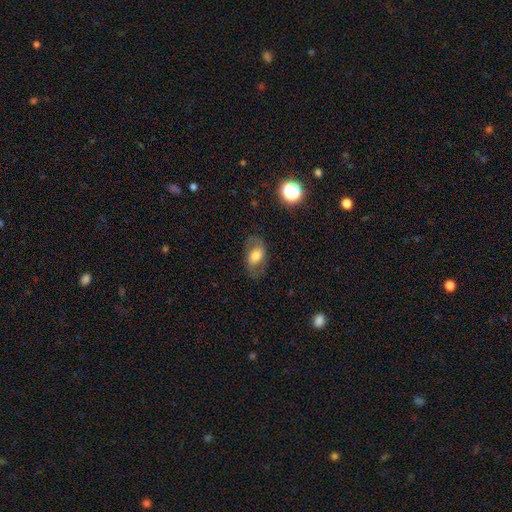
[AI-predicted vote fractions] This is possibly a smooth galaxy (51%). How rounded: clearly in between (84%). Merging: likely none (71%).